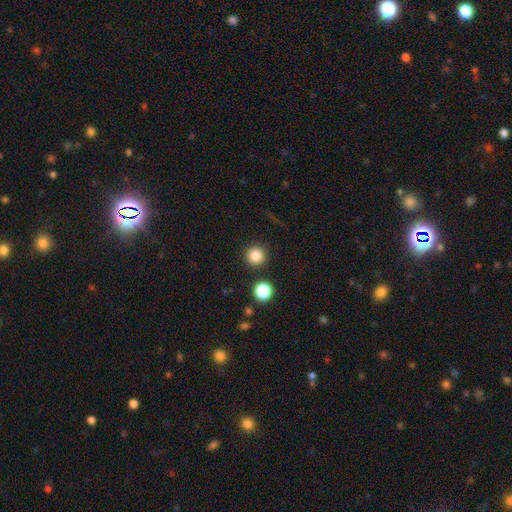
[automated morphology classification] A smooth galaxy with no disk features (83%) that is round (96%). Merging: none (90%).